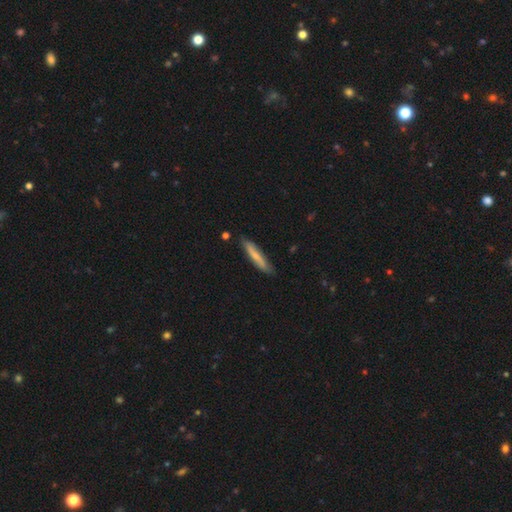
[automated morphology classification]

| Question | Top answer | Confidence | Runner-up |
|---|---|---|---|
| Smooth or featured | smooth | 68% | featured or disk (26%) |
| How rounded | cigar-shaped | 90% | in between (8%) |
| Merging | none | 81% | minor disturbance (15%) |